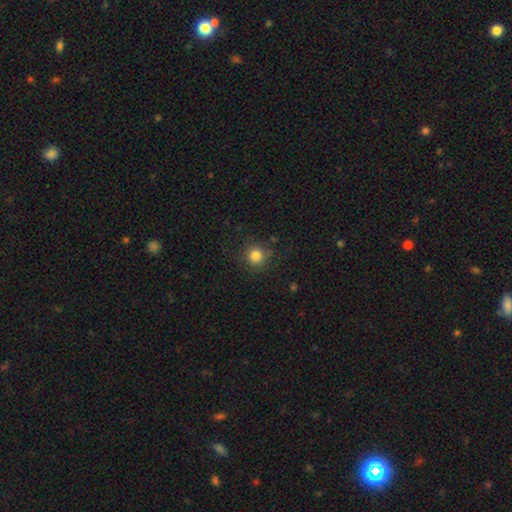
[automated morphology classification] A smooth galaxy with no disk features (83%) that is round (93%).

Vote fractions:
- Smooth or featured? smooth: 83% / star or artifact: 12% / featured or disk: 5%
- How rounded? round: 93% / in between: 6% / cigar-shaped: 1%
- Merging? none: 86% / minor disturbance: 9% / major disturbance: 3% / merger: 2%